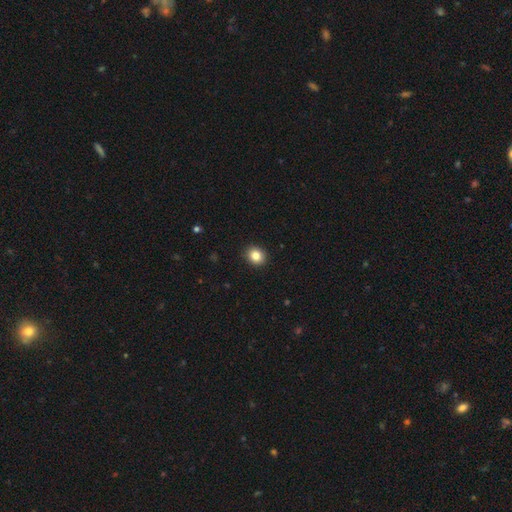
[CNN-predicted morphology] A smooth galaxy with no disk features (84%) that is round (69%). Merging: none (91%).